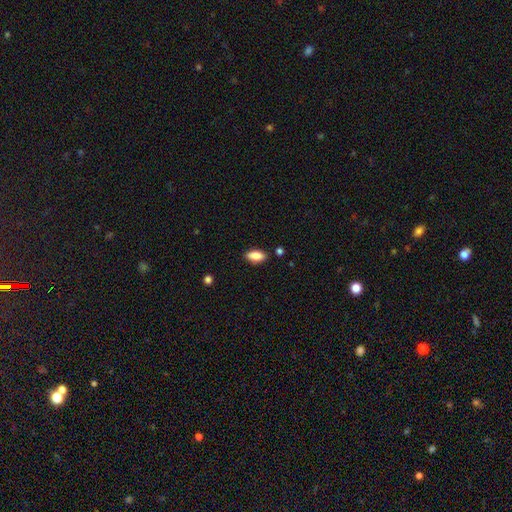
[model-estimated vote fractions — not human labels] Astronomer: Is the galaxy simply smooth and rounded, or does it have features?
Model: smooth — 86%.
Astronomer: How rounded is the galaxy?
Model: in between — 89%.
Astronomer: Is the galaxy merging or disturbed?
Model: none — 86%.